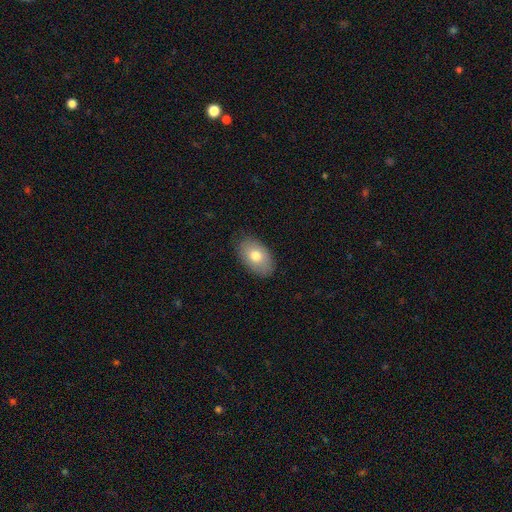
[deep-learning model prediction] Overall: smooth (74%). How rounded: in between (91%). Merging: none (84%).